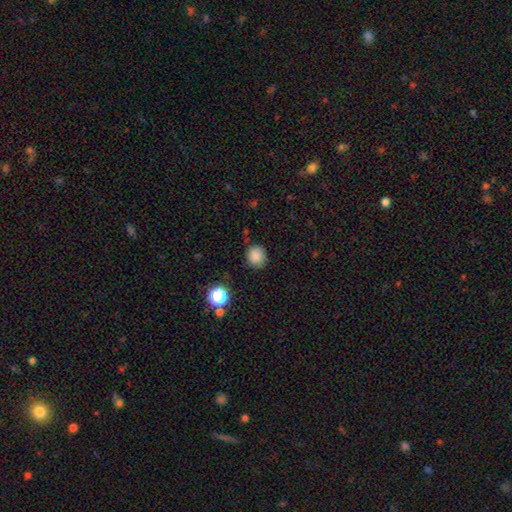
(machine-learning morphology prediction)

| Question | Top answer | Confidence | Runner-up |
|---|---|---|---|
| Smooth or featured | smooth | 84% | star or artifact (12%) |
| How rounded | round | 83% | in between (16%) |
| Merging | none | 83% | minor disturbance (12%) |